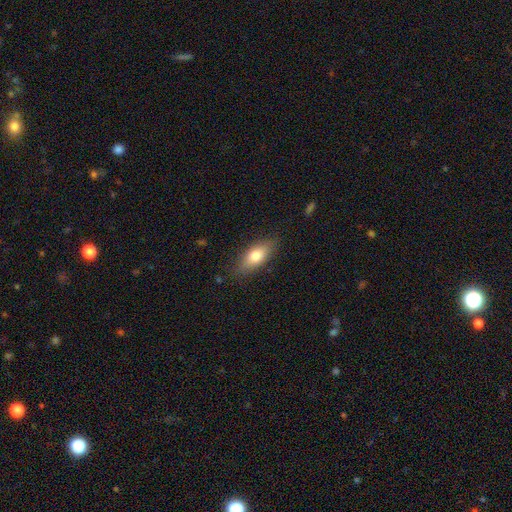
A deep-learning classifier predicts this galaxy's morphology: Overall: smooth (75%). How rounded: in between (77%). Merging: none (82%).